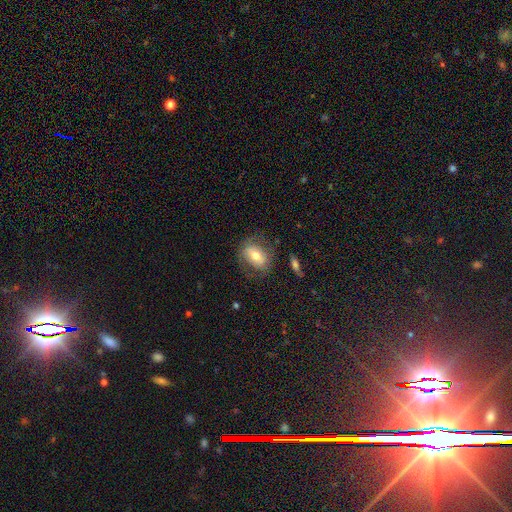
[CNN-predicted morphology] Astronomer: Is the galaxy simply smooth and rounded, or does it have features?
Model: smooth — 54% (runner-up: featured or disk, 38%).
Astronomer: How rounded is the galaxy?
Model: in between — 69%.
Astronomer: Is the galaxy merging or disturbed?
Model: none — 67%.